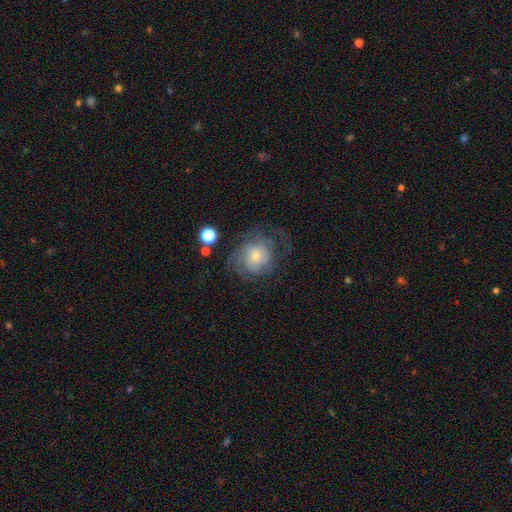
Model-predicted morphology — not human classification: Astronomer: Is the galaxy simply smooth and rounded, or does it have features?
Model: featured or disk — 56% (runner-up: smooth, 33%).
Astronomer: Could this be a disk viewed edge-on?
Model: no — 97%.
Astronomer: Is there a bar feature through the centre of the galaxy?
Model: no — 81%.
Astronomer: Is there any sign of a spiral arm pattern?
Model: yes — 73%.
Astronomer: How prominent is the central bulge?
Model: small — 53% (runner-up: moderate, 38%).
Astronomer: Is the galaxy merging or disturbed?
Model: none — 54%.